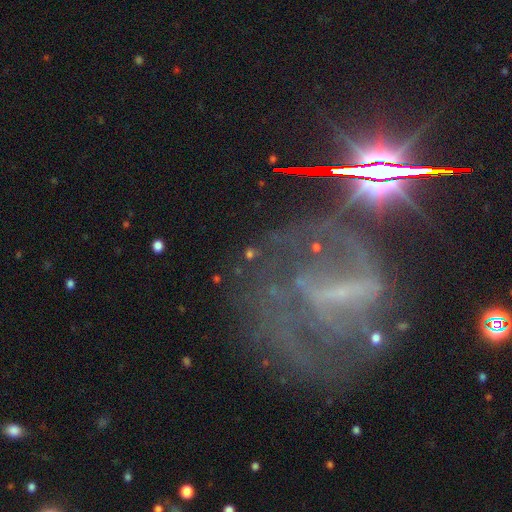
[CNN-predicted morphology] Smooth or featured? featured or disk (59%)
Edge-on disk? no (89%)
Bar? strong (51%)
Spiral arms? yes (62%)
Bulge size? small (45%)
Merging? none (51%)